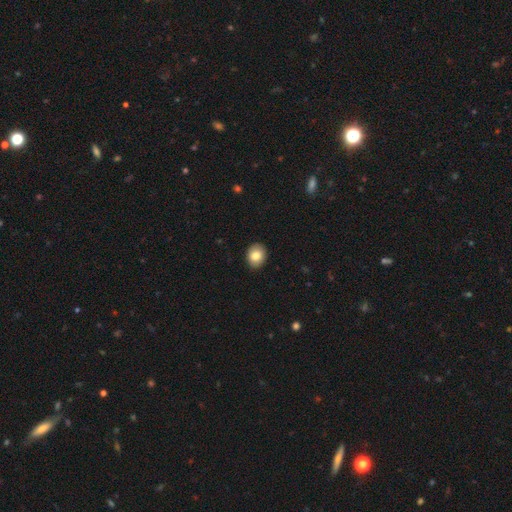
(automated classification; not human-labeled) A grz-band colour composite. It shows a smooth galaxy with no disk features (83%) that is round (51%). Merging: none (91%).